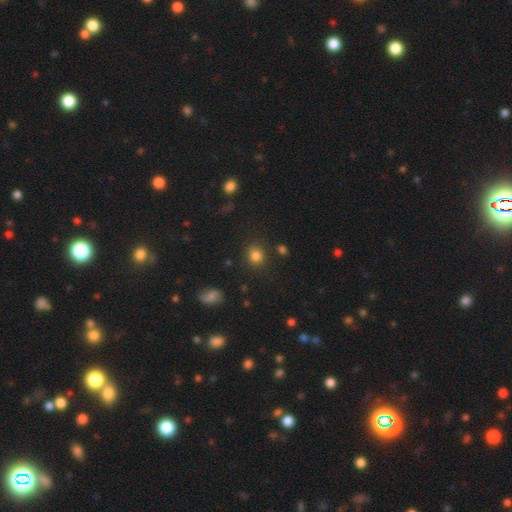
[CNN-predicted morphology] A smooth galaxy with no disk features (82%) that is round (79%).

Vote fractions:
- Smooth or featured? smooth: 82% / star or artifact: 13% / featured or disk: 5%
- How rounded? round: 79% / in between: 20% / cigar-shaped: 1%
- Merging? none: 84% / minor disturbance: 9% / major disturbance: 3% / merger: 3%